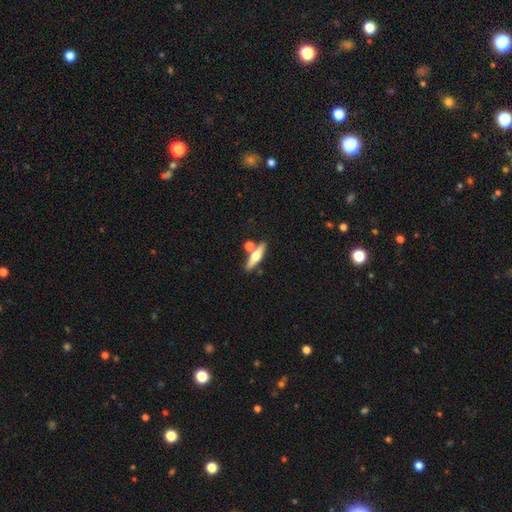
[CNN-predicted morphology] Smooth or featured? Predicted: featured or disk (p=0.48). Merging? Predicted: none (p=0.72).